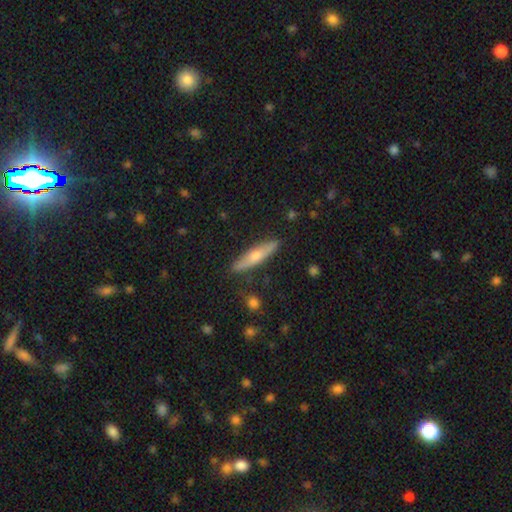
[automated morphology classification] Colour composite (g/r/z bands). It shows a smooth galaxy with no disk features (50%) that is cigar-shaped (82%). Merging: none (87%).